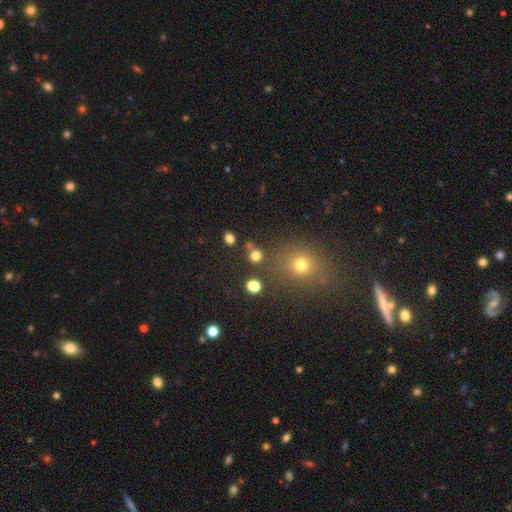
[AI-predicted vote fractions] Q: Smooth or featured?
A: smooth (75%); runner-up: star or artifact (19%)
Q: How rounded?
A: round (86%); runner-up: in between (12%)
Q: Merging?
A: none (76%); runner-up: merger (13%)